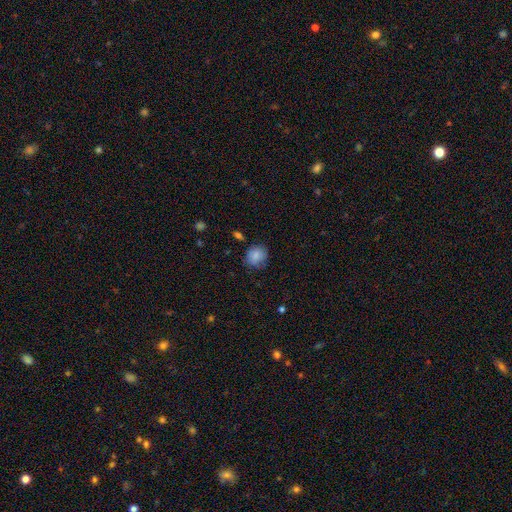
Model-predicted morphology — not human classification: smooth 83%, featured or disk 9%, star or artifact 8%. Down the decision tree: how rounded — round (71%); merging — none (73%).